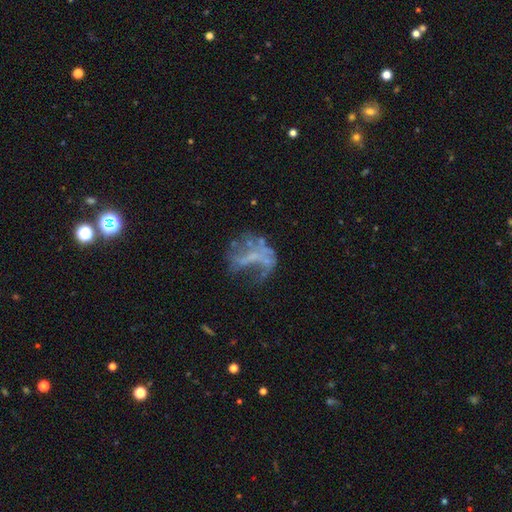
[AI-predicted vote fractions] A featured or disk galaxy (62%) with no bar (70%), no spiral arms (77%) and no central bulge (75%). Merging: major disturbance (41%).